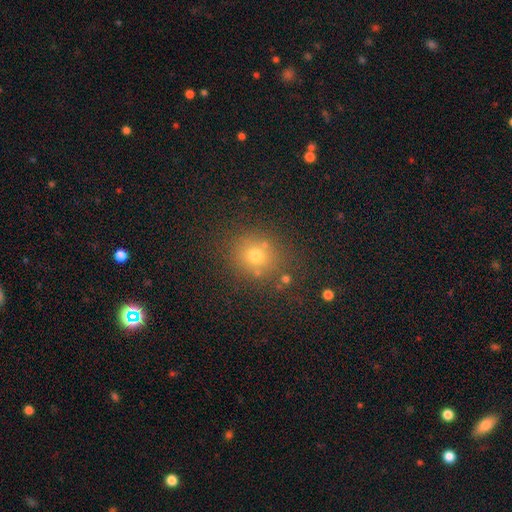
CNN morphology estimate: smooth_or_featured: smooth (p=0.69) [alt: star or artifact p=0.20]
how_rounded: round (p=0.85) [alt: in between p=0.14]
merging: none (p=0.77) [alt: minor disturbance p=0.11]